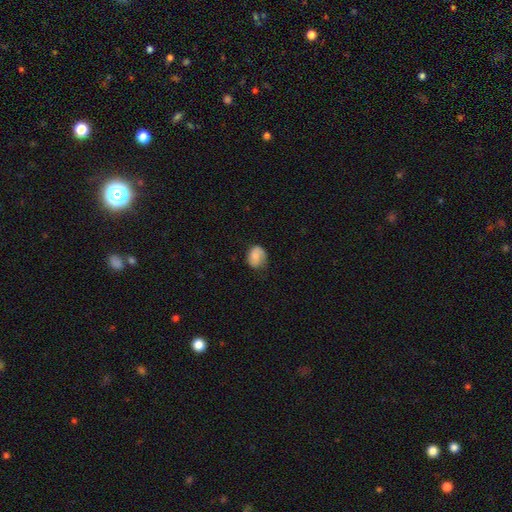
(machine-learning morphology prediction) Overall: smooth (69%). How rounded: in between (53%; round 46%). Merging: none (57%; minor disturbance 30%).